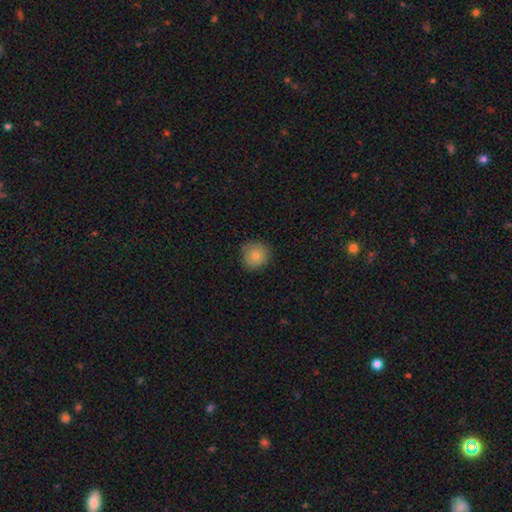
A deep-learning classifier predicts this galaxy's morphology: Overall: smooth (80%). How rounded: round (90%). Merging: none (84%).